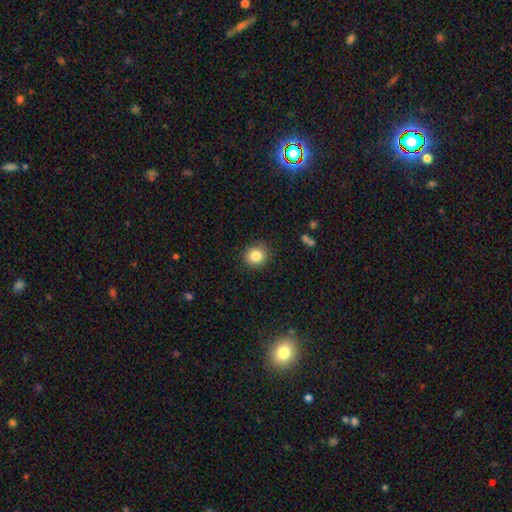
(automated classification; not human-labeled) A smooth galaxy with no disk features (84%) that is round (85%).

Vote fractions:
- Smooth or featured? smooth: 84% / star or artifact: 10% / featured or disk: 6%
- How rounded? round: 85% / in between: 14% / cigar-shaped: 1%
- Merging? none: 89% / minor disturbance: 8% / major disturbance: 2% / merger: 1%